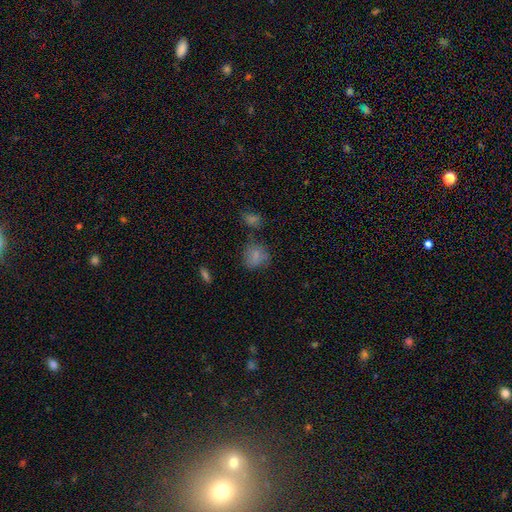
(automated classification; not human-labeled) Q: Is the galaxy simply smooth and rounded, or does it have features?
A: smooth — 78%.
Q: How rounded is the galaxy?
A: round — 68%.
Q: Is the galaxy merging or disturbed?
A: none — 62%.